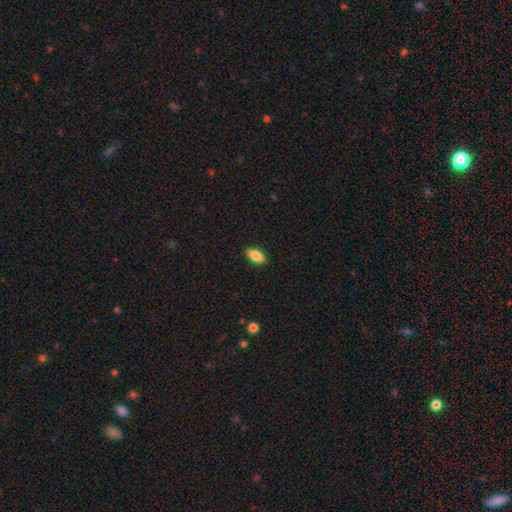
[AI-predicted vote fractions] The model was most divided on "smooth or featured": smooth: 84%, featured or disk: 9%, star or artifact: 7%. More confident: how rounded — in between (91%); merging — none (88%).